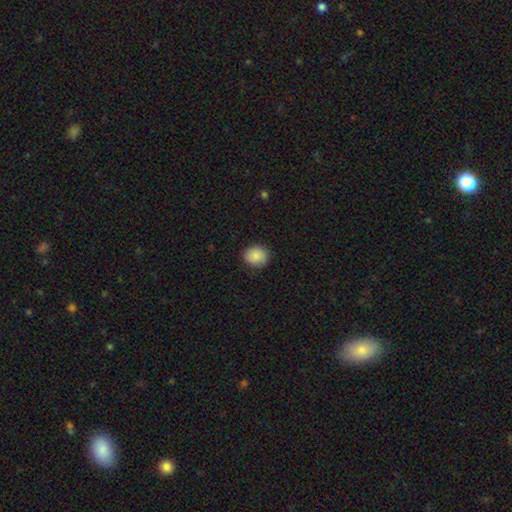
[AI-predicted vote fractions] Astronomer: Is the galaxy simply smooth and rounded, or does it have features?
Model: smooth — 86%.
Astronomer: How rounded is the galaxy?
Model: round — 77%.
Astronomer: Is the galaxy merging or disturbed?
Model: none — 86%.